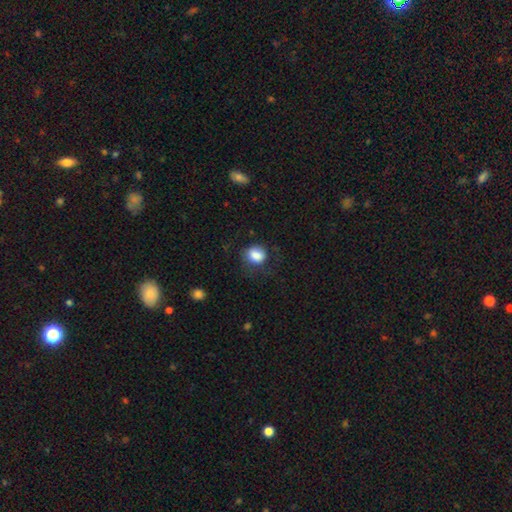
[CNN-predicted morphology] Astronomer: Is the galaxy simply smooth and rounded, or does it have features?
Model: smooth — 85%.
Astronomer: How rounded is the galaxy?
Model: round — 63%.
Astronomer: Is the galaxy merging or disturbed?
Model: none — 63%.